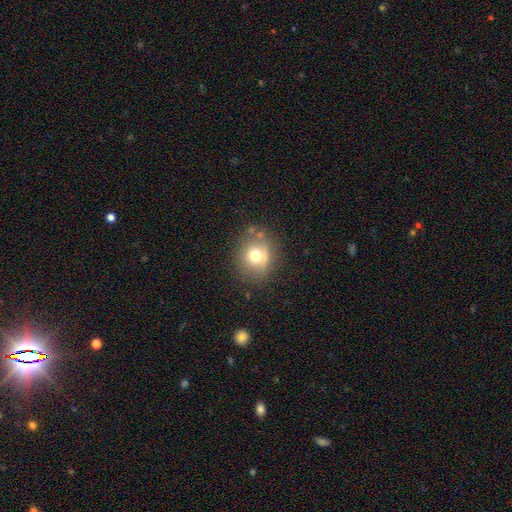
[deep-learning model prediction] Smooth or featured?
  - smooth: 68% *
  - featured or disk: 19%
  - star or artifact: 13%
How rounded?
  - round: 77% *
  - in between: 22%
  - cigar-shaped: 1%
Merging?
  - none: 66% *
  - minor disturbance: 20%
  - major disturbance: 8%
  - merger: 6%